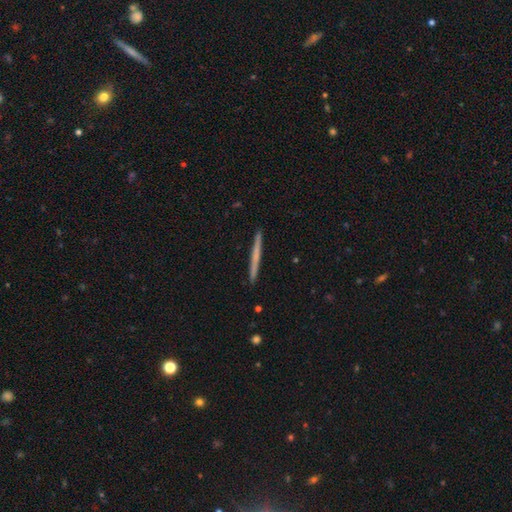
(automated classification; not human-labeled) A smooth galaxy with no disk features (51%) that is cigar-shaped (97%). Merging: none (93%).